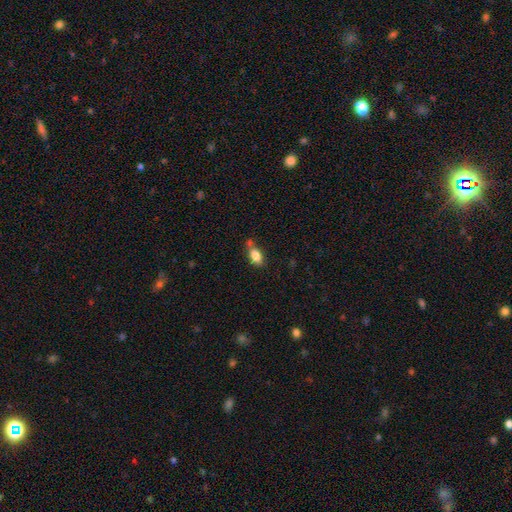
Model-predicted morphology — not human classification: This is clearly a smooth galaxy (84%). How rounded: clearly in between (89%). Merging: possibly none (56%).